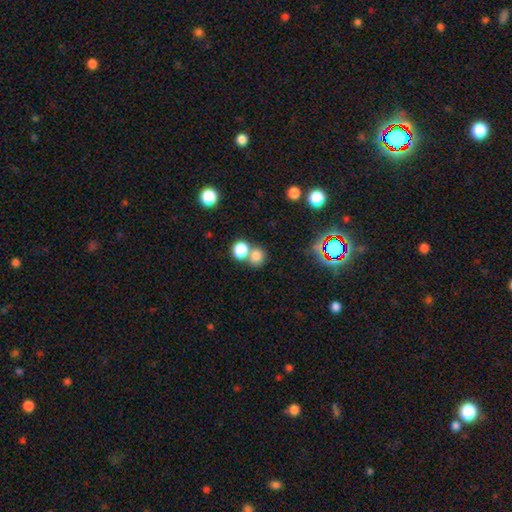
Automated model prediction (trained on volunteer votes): A smooth galaxy with no disk features (78%) that is round (79%).

Vote fractions:
- Smooth or featured? smooth: 78% / star or artifact: 15% / featured or disk: 7%
- How rounded? round: 79% / in between: 20% / cigar-shaped: 1%
- Merging? none: 46% / merger: 44% / minor disturbance: 7% / major disturbance: 3%